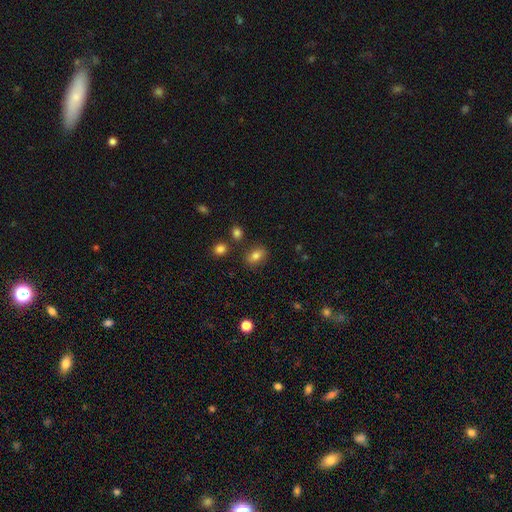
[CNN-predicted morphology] Smooth or featured? smooth (80%)
How rounded? in between (78%)
Merging? none (83%)